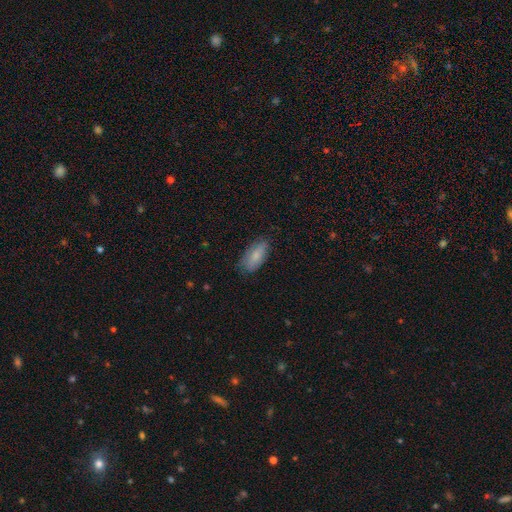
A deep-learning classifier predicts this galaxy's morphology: This is likely a smooth galaxy (77%). How rounded: clearly in between (85%). Merging: likely none (75%).